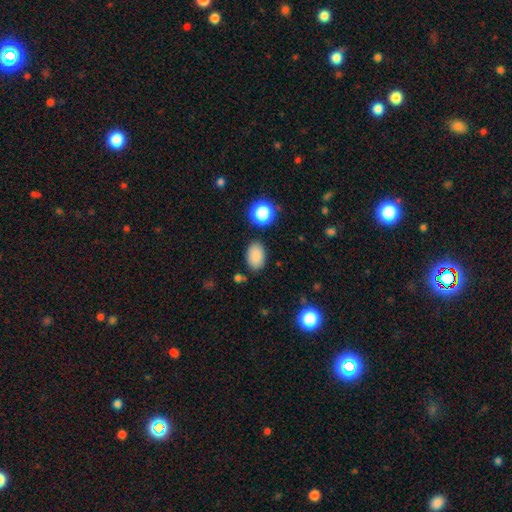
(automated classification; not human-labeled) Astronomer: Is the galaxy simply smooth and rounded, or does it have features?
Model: smooth — 85%.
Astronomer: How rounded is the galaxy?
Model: in between — 87%.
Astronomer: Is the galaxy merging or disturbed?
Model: none — 83%.